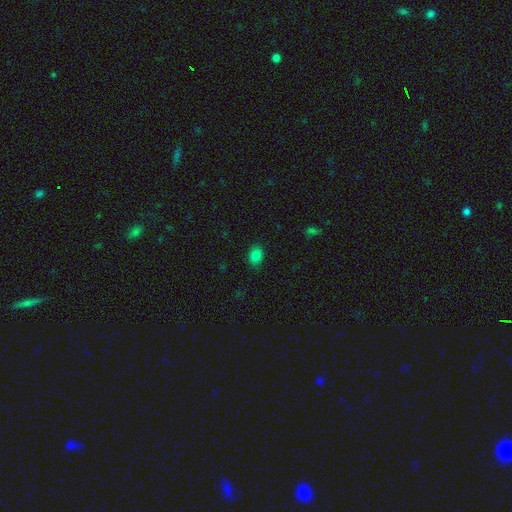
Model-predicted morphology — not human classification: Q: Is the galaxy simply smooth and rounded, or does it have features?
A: smooth — 82%.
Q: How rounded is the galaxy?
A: in between — 69%.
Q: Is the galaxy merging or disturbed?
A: none — 85%.